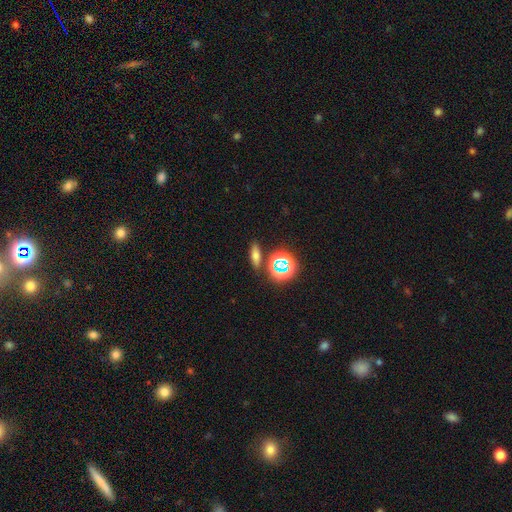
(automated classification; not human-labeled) A smooth galaxy with no disk features (61%) that is in between round and cigar-shaped (52%). Merging: none (82%).